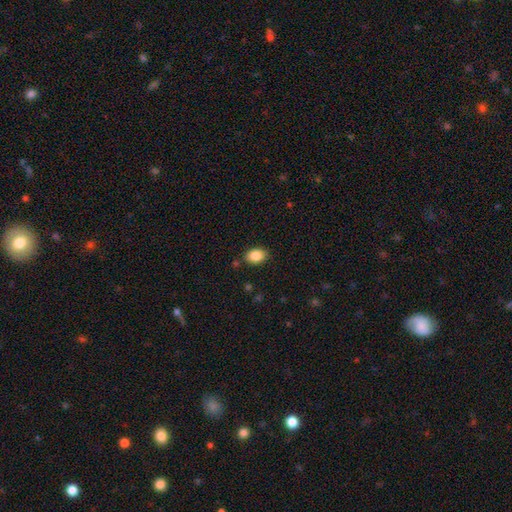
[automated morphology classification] A smooth galaxy with no disk features (86%) that is in between round and cigar-shaped (81%).

Vote fractions:
- Smooth or featured? smooth: 86% / star or artifact: 8% / featured or disk: 6%
- How rounded? in between: 81% / round: 18% / cigar-shaped: 1%
- Merging? none: 85% / minor disturbance: 10% / major disturbance: 2% / merger: 2%